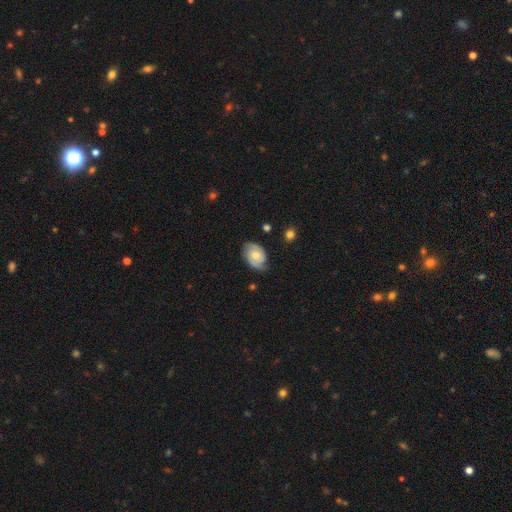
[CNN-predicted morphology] Smooth or featured: featured or disk — 73% (smooth — 21%)
Edge-on disk: no — 97% (yes — 3%)
Bar: no — 67% (weak — 28%)
Spiral arms: yes — 91% (no — 9%)
Spiral winding: tight — 53% (medium — 36%)
Spiral arm count: 2 — 75% (can't tell — 12%)
Bulge size: moderate — 69% (small — 23%)
Merging: none — 73% (minor disturbance — 20%)